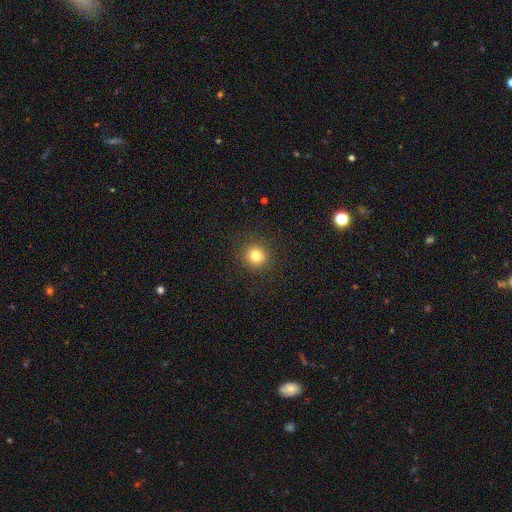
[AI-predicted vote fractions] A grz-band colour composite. It shows a smooth galaxy with no disk features (80%) that is round (93%). Merging: none (90%).